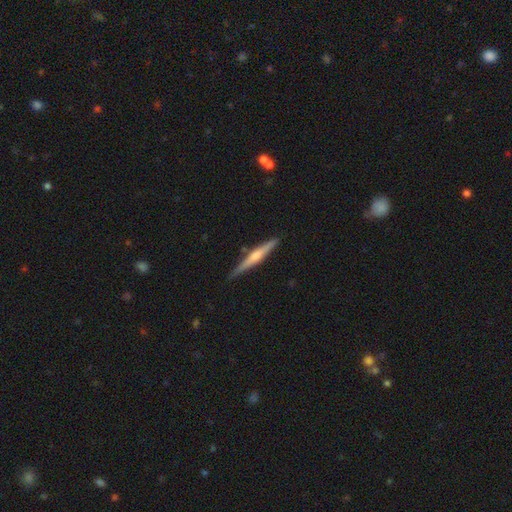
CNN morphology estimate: A featured or disk galaxy (68%) viewed edge-on (98%) with a rounded central bulge (79%).

Vote fractions:
- Smooth or featured? featured or disk: 68% / smooth: 27% / star or artifact: 5%
- Edge-on disk? yes: 98% / no: 2%
- Edge-on bulge? rounded: 79% / none: 13% / boxy: 8%
- Merging? none: 86% / minor disturbance: 10% / merger: 2% / major disturbance: 2%